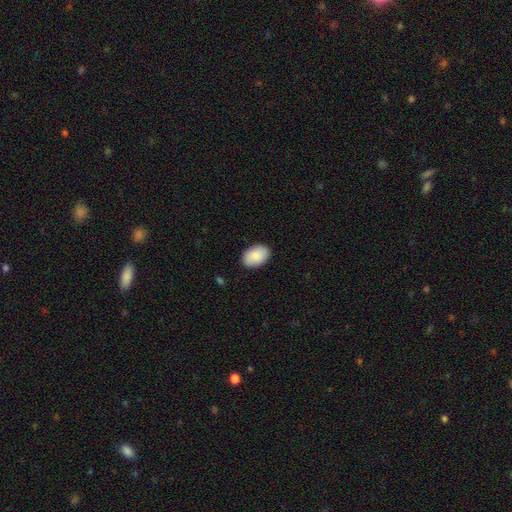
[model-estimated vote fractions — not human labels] This is clearly a smooth galaxy (88%). How rounded: clearly in between (87%). Merging: clearly none (88%).